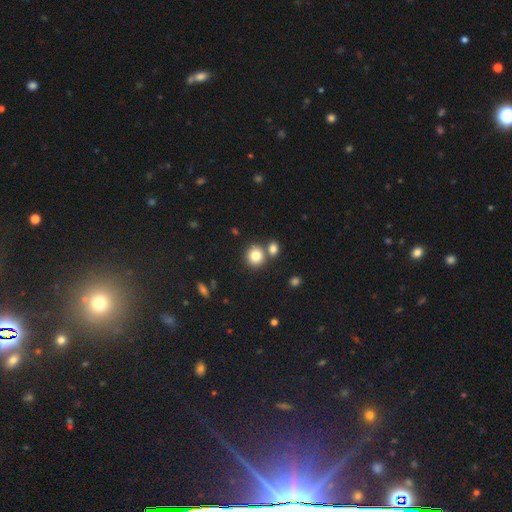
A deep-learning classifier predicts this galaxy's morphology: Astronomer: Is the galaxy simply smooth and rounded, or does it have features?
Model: smooth — 81%.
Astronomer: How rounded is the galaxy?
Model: round — 85%.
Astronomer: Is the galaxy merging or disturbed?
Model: none — 66%.